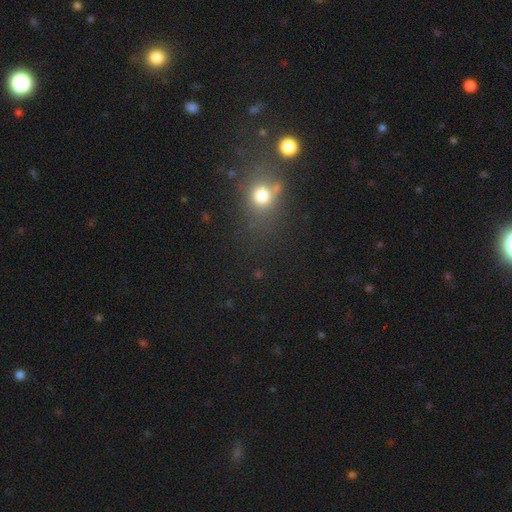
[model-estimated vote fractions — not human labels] A smooth galaxy with no disk features (48%).

Vote fractions:
- Smooth or featured? smooth: 48% / star or artifact: 41% / featured or disk: 11%
- Merging? none: 74% / minor disturbance: 12% / merger: 9% / major disturbance: 6%